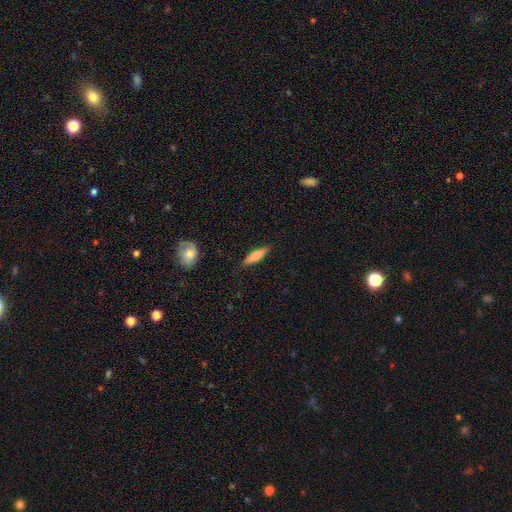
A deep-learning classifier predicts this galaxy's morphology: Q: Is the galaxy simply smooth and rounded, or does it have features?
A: smooth — 65%.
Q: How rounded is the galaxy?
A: cigar-shaped — 74%.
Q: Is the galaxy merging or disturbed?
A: none — 88%.